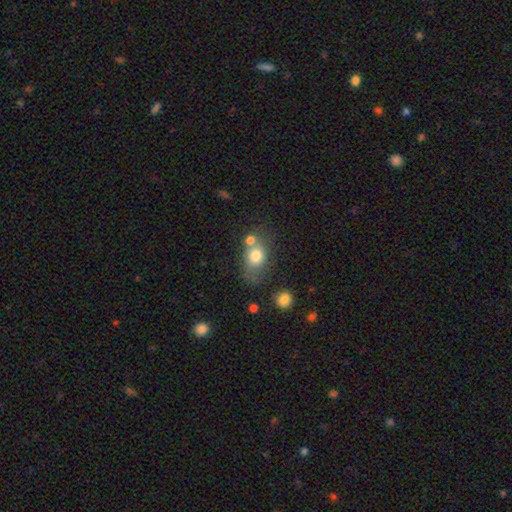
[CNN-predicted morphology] This appears to be a smooth galaxy with no disk features (76%) that is in between round and cigar-shaped (52%). Merging: none (40%).